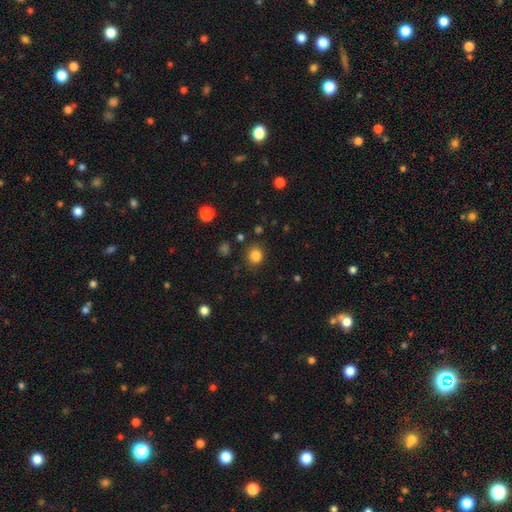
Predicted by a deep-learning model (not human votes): Smooth or featured? smooth (83%)
How rounded? round (81%)
Merging? none (84%)